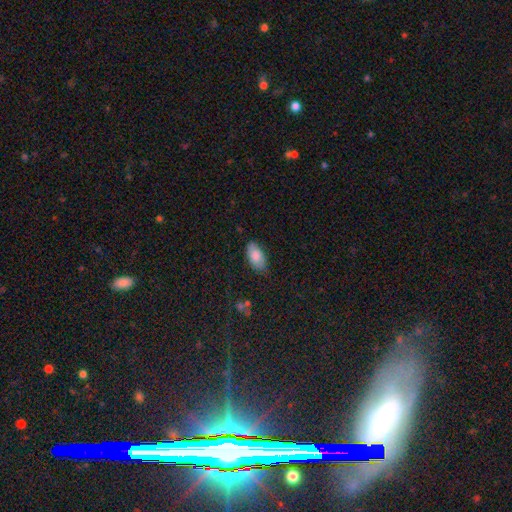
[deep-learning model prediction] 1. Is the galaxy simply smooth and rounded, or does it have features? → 84% smooth, 9% featured or disk, 7% star or artifact.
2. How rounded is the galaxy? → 93% in between, 5% cigar-shaped, 2% round.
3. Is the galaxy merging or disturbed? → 78% none, 18% minor disturbance, 3% major disturbance, 1% merger.